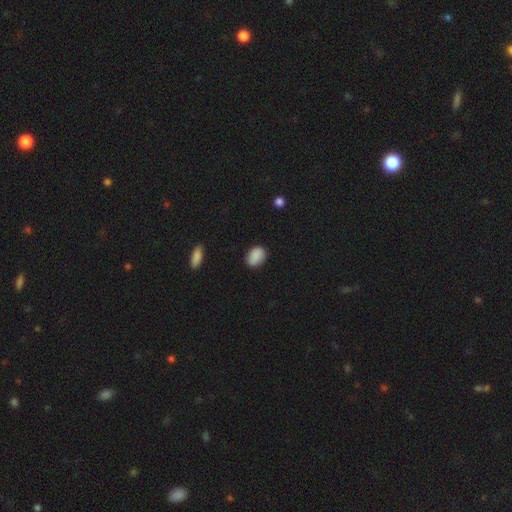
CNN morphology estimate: Smooth or featured?
  - smooth: 88% *
  - star or artifact: 8%
  - featured or disk: 4%
How rounded?
  - in between: 75% *
  - round: 24%
  - cigar-shaped: 1%
Merging?
  - none: 80% *
  - minor disturbance: 16%
  - major disturbance: 3%
  - merger: 1%